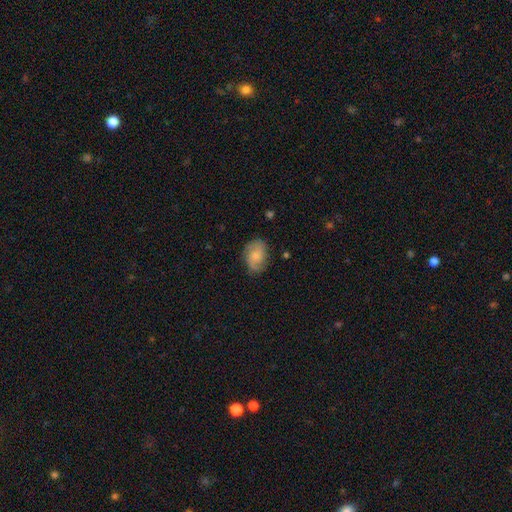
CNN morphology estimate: type=smooth (47%); merging=none (74%).